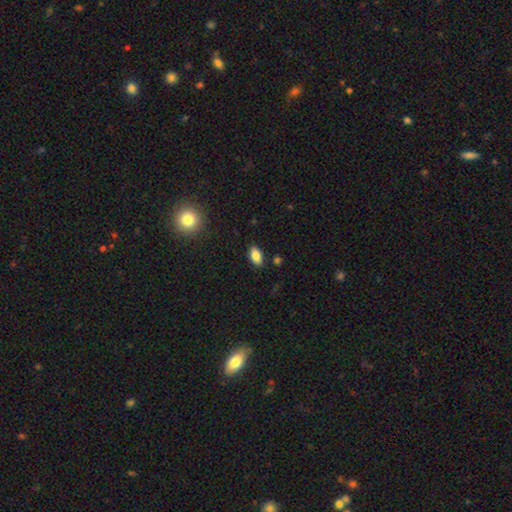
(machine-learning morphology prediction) This is clearly a smooth galaxy (84%). How rounded: clearly in between (91%). Merging: clearly none (86%).